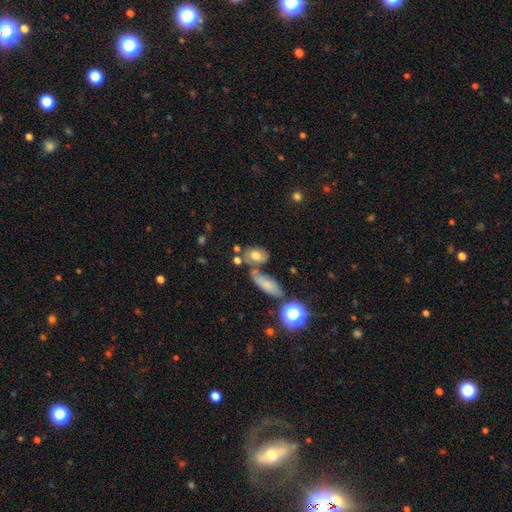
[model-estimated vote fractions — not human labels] Morphology: type=smooth (69%); roundness=in between (76%); merging=none (48%).